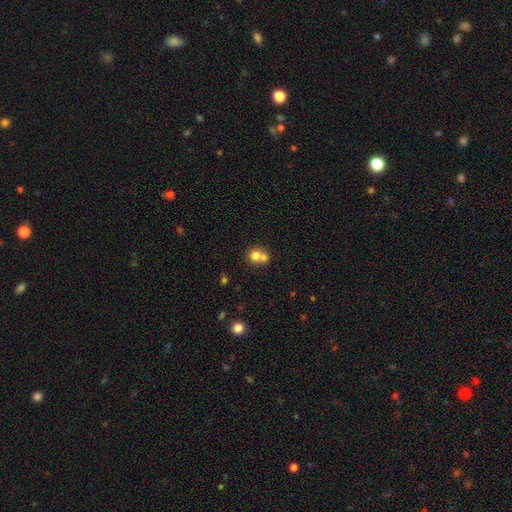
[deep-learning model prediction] The model was most divided on "merging": merger: 58%, none: 33%, minor disturbance: 6%, major disturbance: 3%. More confident: how rounded — round (80%); smooth or featured — smooth (73%).